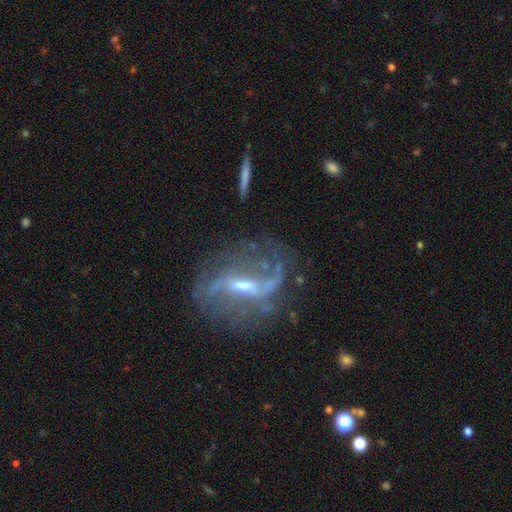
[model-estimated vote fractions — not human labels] This is clearly a featured or disk galaxy (82%). It is clearly not viewed edge-on (86%). Bar: possibly strong (58%). Spiral arm pattern: clearly yes (87%). Spiral arm count: likely 2 (72%). Spiral winding: possibly loose (59%). Central bulge: possibly small (55%). Merging: likely none (69%).